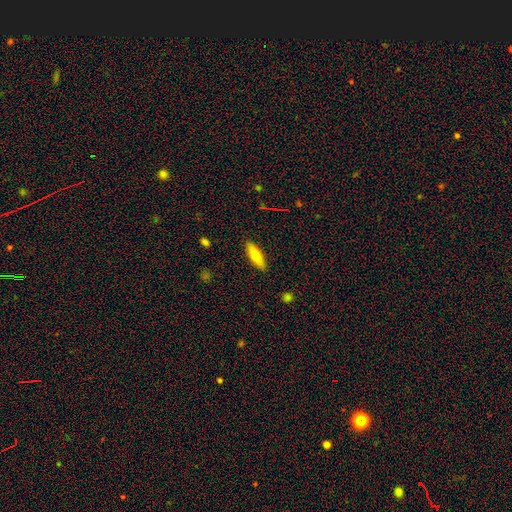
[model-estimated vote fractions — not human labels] smooth 62%, featured or disk 32%, star or artifact 6%. Down the decision tree: how rounded — cigar-shaped (55%); merging — none (90%).